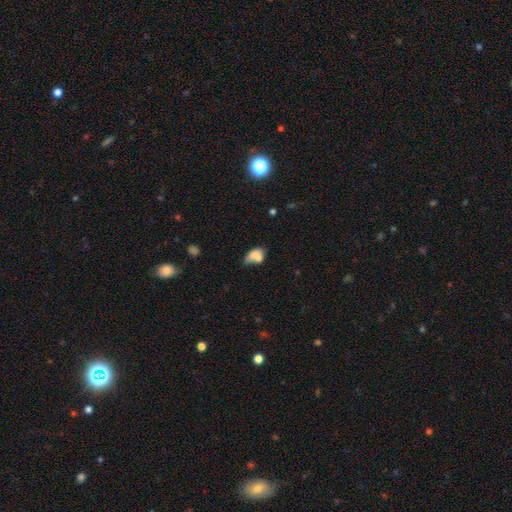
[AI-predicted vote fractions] Smooth or featured? Predicted: smooth (p=0.71). How rounded? Predicted: in between (p=0.82). Merging? Predicted: merger (p=0.37).